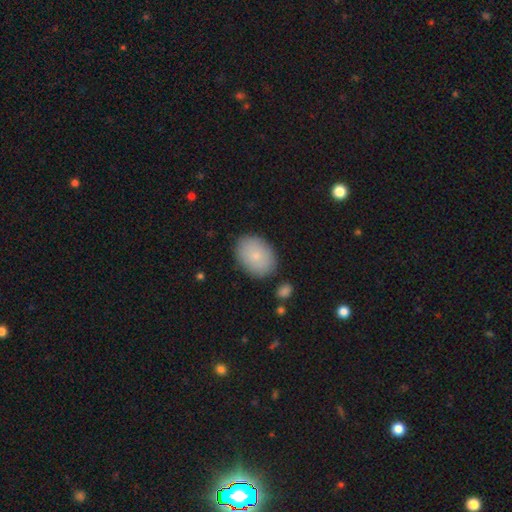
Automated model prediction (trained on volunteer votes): Smooth or featured? smooth (83%)
How rounded? in between (77%)
Merging? none (86%)